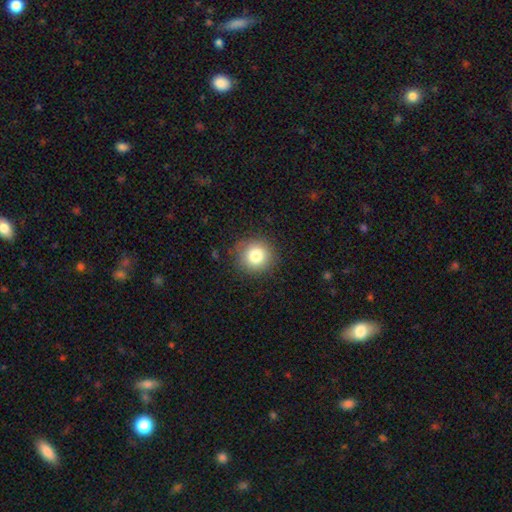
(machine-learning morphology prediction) Smooth or featured? Predicted: smooth (p=0.81). How rounded? Predicted: round (p=0.92). Merging? Predicted: none (p=0.88).